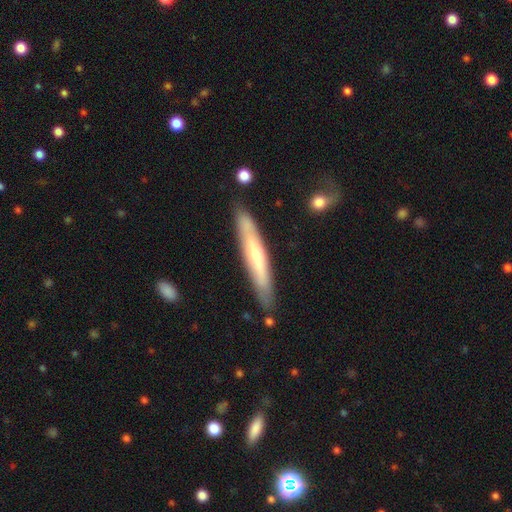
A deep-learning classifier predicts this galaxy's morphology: A featured or disk galaxy (52%) viewed edge-on (82%). Merging: none (84%).